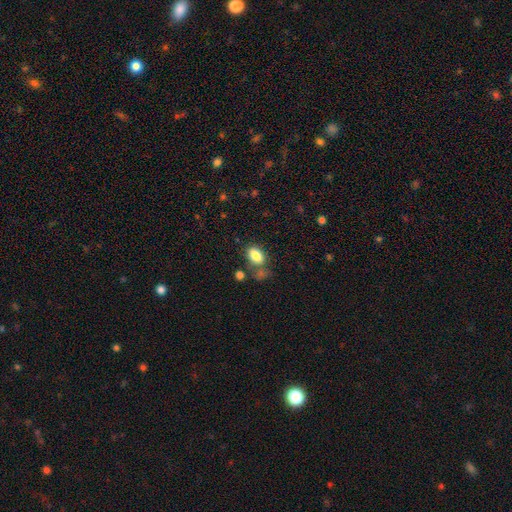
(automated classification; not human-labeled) The model was most divided on "merging": none: 64%, minor disturbance: 16%, merger: 14%, major disturbance: 6%. More confident: how rounded — in between (88%); smooth or featured — smooth (83%).